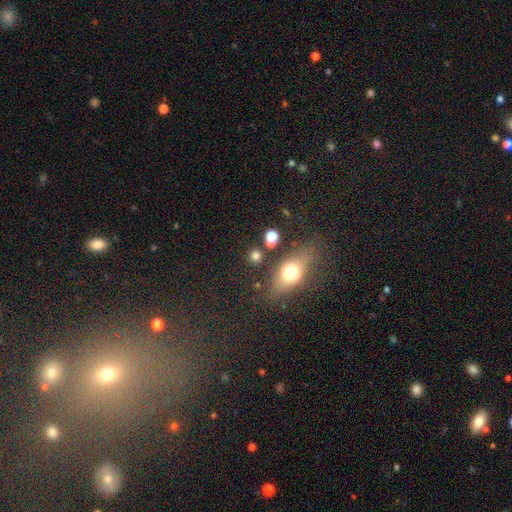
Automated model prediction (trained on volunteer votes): Smooth or featured? smooth (75%)
How rounded? round (78%)
Merging? none (77%)